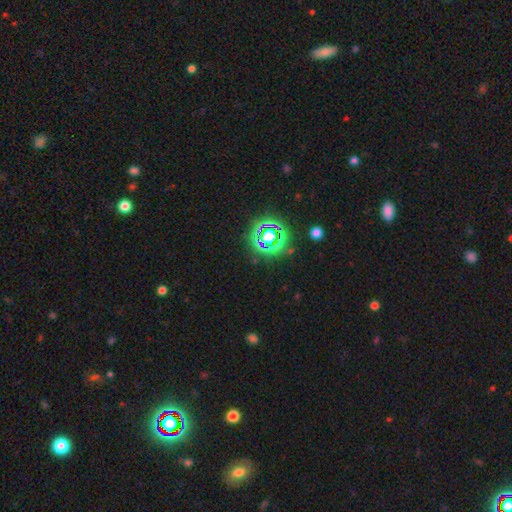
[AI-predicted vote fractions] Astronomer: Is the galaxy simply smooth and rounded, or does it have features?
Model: star or artifact — 78%.